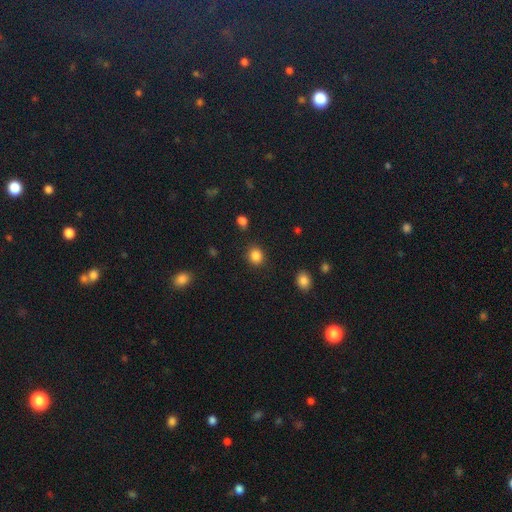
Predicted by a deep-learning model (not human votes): Smooth or featured?
  - smooth: 86% *
  - star or artifact: 11%
  - featured or disk: 4%
How rounded?
  - round: 80% *
  - in between: 19%
  - cigar-shaped: 1%
Merging?
  - none: 87% *
  - minor disturbance: 8%
  - major disturbance: 3%
  - merger: 2%